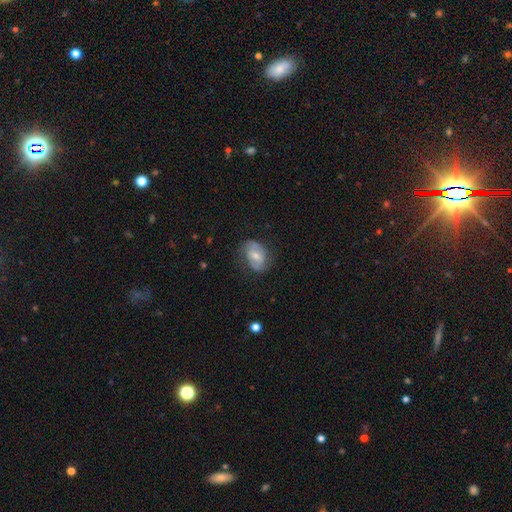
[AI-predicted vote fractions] This appears to be a featured or disk galaxy (47%). Merging: none (65%).